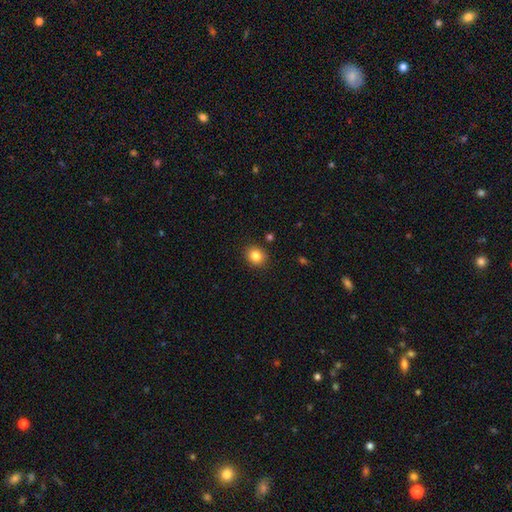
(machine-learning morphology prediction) A smooth galaxy with no disk features (84%) that is round (70%). Merging: none (88%).